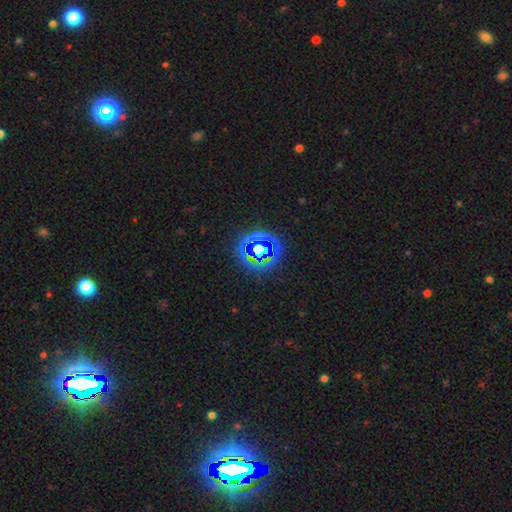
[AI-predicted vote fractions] This is likely a star or artifact rather than a galaxy (68%).